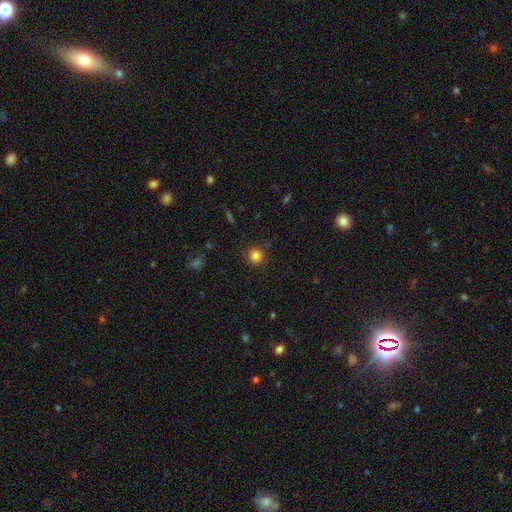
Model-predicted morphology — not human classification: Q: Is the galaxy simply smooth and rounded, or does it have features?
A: smooth — 83%.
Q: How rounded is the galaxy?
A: round — 94%.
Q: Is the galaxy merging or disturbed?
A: none — 87%.